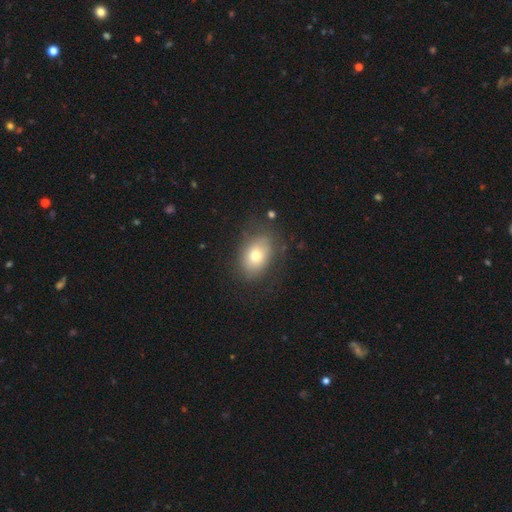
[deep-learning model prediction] Smooth or featured?
  - smooth: 73% *
  - featured or disk: 17%
  - star or artifact: 10%
How rounded?
  - in between: 74% *
  - round: 25%
  - cigar-shaped: 1%
Merging?
  - none: 76% *
  - minor disturbance: 16%
  - major disturbance: 6%
  - merger: 2%